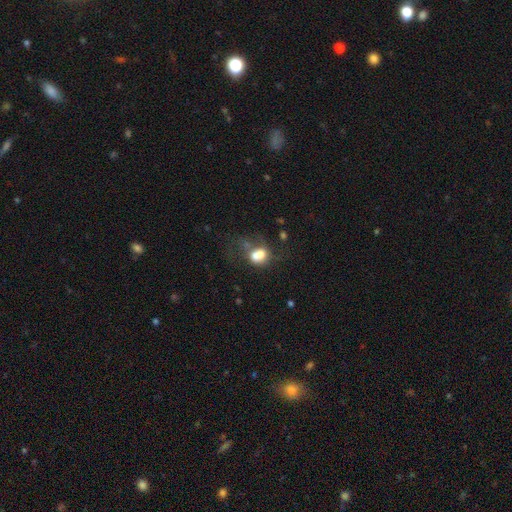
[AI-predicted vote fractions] Overall: smooth (64%; featured or disk 24%). How rounded: in between (54%; round 45%). Merging: merger (45%; none 22%).